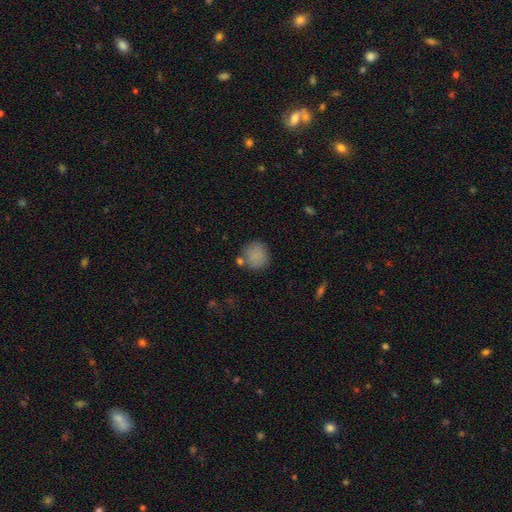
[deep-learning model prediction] smooth-or-featured: smooth: 85% | star or artifact: 9% | featured or disk: 6%
  how-rounded: round: 88% | in between: 11% | cigar-shaped: 1%
  merging: none: 72% | minor disturbance: 12% | merger: 11% | major disturbance: 4%